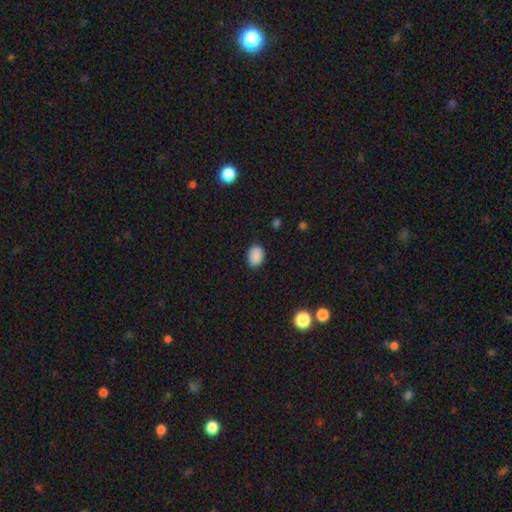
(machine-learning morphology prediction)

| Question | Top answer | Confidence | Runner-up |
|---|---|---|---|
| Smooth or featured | smooth | 88% | star or artifact (9%) |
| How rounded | in between | 74% | round (25%) |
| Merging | none | 84% | minor disturbance (12%) |